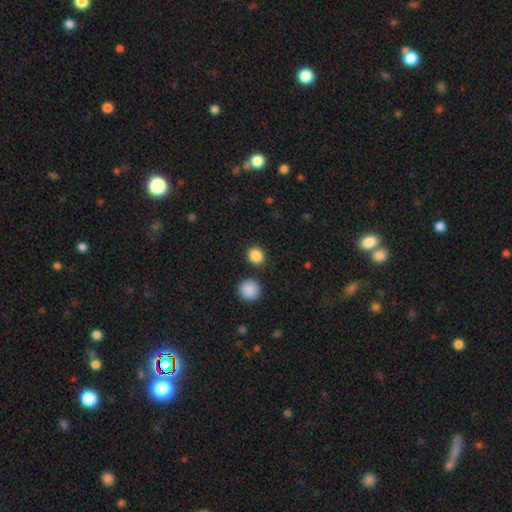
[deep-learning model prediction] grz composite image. It shows a smooth galaxy with no disk features (87%) that is round (74%). Merging: none (84%).